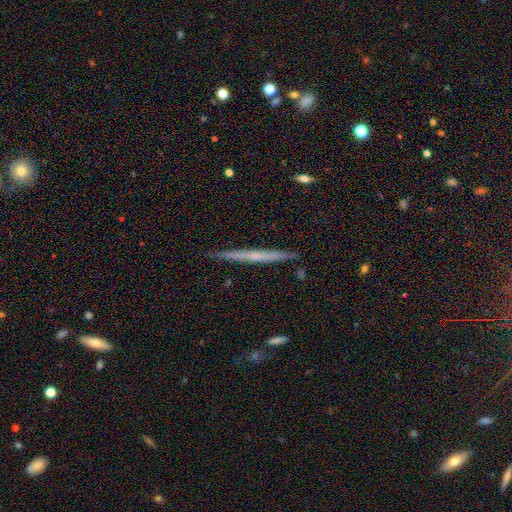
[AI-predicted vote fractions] Smooth or featured?
  - featured or disk: 60% *
  - smooth: 33%
  - star or artifact: 7%
Edge-on disk?
  - yes: 97% *
  - no: 3%
Edge-on bulge?
  - none: 65% *
  - rounded: 29%
  - boxy: 5%
Merging?
  - none: 89% *
  - minor disturbance: 8%
  - merger: 1%
  - major disturbance: 1%